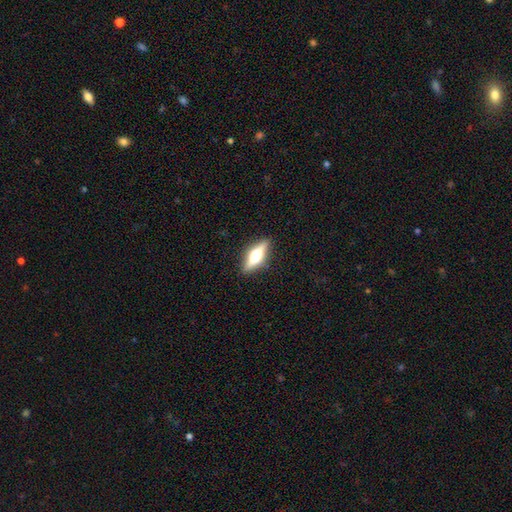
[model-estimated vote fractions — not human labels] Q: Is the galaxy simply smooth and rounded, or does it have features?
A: featured or disk — 57%.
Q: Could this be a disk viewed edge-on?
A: yes — 94%.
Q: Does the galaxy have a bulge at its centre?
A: rounded — 95%.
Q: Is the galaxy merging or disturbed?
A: none — 90%.